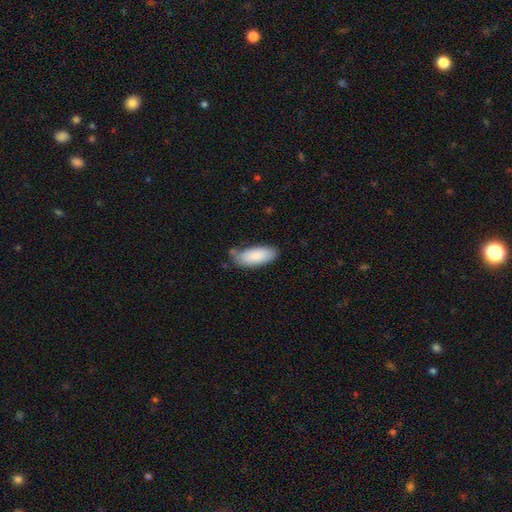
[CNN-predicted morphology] A smooth galaxy with no disk features (87%) that is in between round and cigar-shaped (84%).

Vote fractions:
- Smooth or featured? smooth: 87% / featured or disk: 8% / star or artifact: 6%
- How rounded? in between: 84% / cigar-shaped: 15% / round: 2%
- Merging? none: 64% / minor disturbance: 25% / merger: 6% / major disturbance: 5%